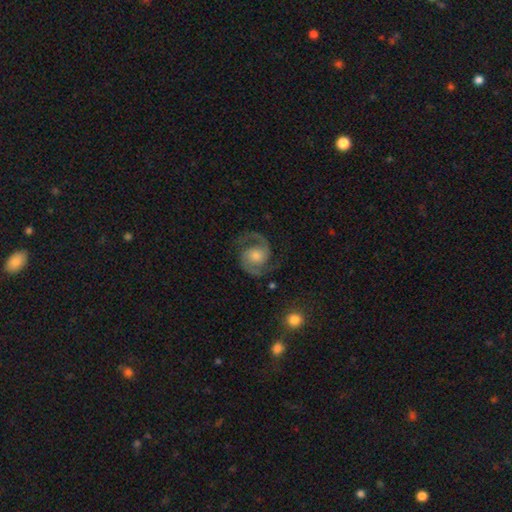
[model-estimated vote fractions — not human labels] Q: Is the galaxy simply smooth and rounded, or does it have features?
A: featured or disk — 91%.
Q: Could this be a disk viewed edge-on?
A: no — 98%.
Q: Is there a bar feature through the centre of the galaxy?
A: no — 61%.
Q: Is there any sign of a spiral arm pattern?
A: yes — 98%.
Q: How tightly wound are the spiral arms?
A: medium — 61%.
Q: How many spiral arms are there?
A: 2 — 94%.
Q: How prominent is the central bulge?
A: moderate — 53%.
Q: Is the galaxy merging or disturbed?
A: none — 80%.